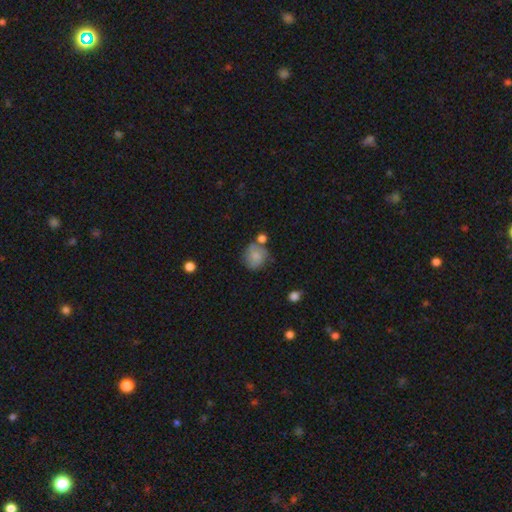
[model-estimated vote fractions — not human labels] smooth-or-featured: smooth: 75% | featured or disk: 16% | star or artifact: 8%
  how-rounded: round: 83% | in between: 16% | cigar-shaped: 1%
  merging: none: 58% | minor disturbance: 21% | merger: 14% | major disturbance: 7%